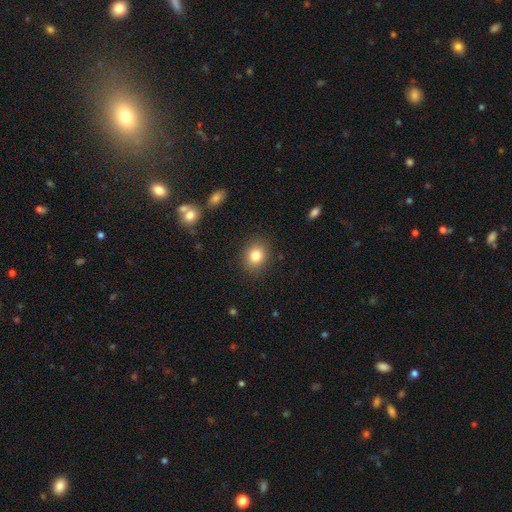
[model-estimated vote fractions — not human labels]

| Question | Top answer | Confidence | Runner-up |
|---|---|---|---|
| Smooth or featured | smooth | 82% | star or artifact (10%) |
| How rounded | round | 64% | in between (35%) |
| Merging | none | 88% | minor disturbance (8%) |